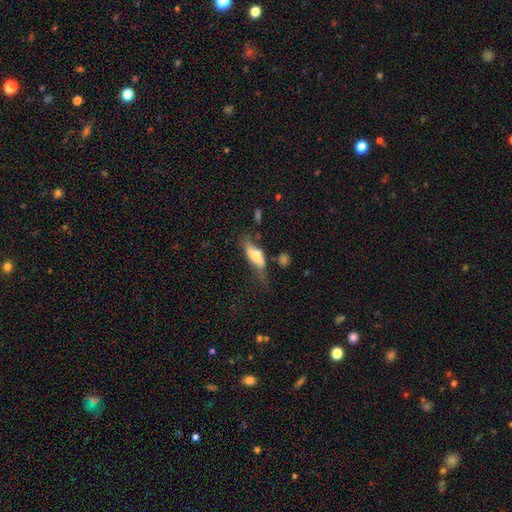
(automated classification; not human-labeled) smooth 52%, featured or disk 40%, star or artifact 8%. Down the decision tree: how rounded — in between (61%); merging — none (38%).